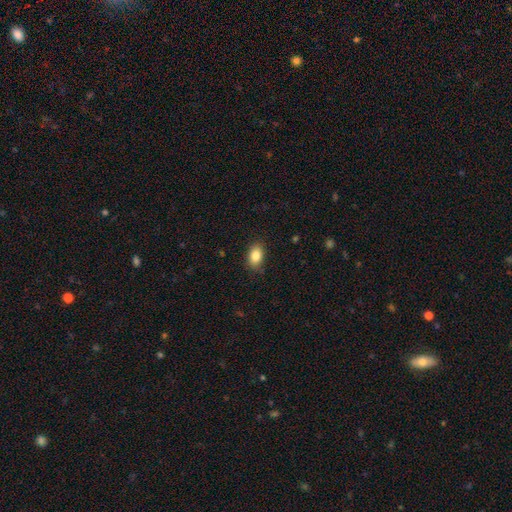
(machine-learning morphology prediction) Smooth or featured: smooth — 85% (star or artifact — 8%)
How rounded: in between — 86% (round — 12%)
Merging: none — 86% (minor disturbance — 11%)